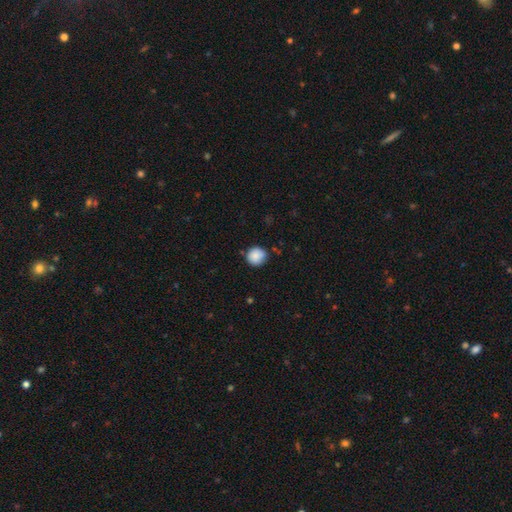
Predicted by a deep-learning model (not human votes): smooth_or_featured: smooth (p=0.87) [alt: star or artifact p=0.08]
how_rounded: round (p=0.92) [alt: in between p=0.07]
merging: none (p=0.81) [alt: minor disturbance p=0.14]